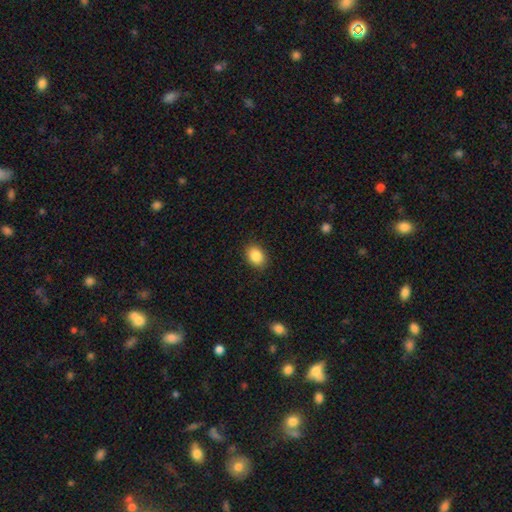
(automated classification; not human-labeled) A smooth galaxy with no disk features (87%) that is in between round and cigar-shaped (64%).

Vote fractions:
- Smooth or featured? smooth: 87% / star or artifact: 8% / featured or disk: 4%
- How rounded? in between: 64% / round: 35% / cigar-shaped: 1%
- Merging? none: 88% / minor disturbance: 9% / major disturbance: 2% / merger: 1%